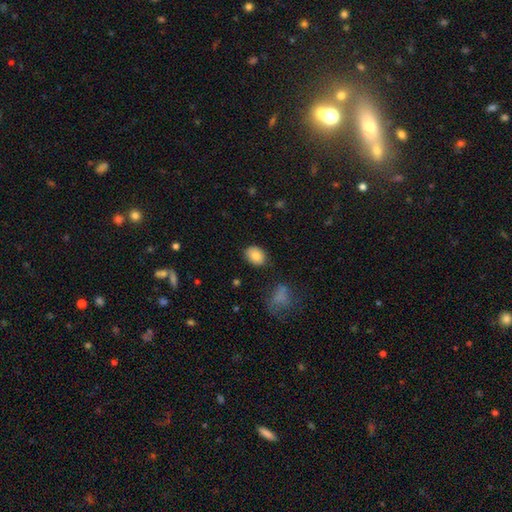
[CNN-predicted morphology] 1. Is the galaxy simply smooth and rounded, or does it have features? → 82% smooth, 9% featured or disk, 9% star or artifact.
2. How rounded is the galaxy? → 64% in between, 35% round, 1% cigar-shaped.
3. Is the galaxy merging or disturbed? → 83% none, 12% minor disturbance, 3% major disturbance, 2% merger.